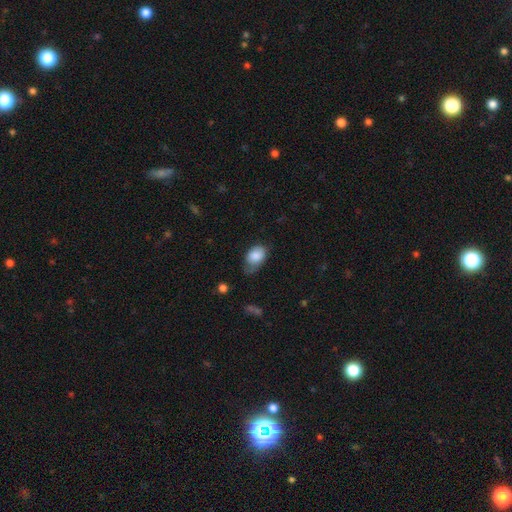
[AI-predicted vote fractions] Overall: smooth (84%). How rounded: in between (85%). Merging: none (44%; minor disturbance 40%).